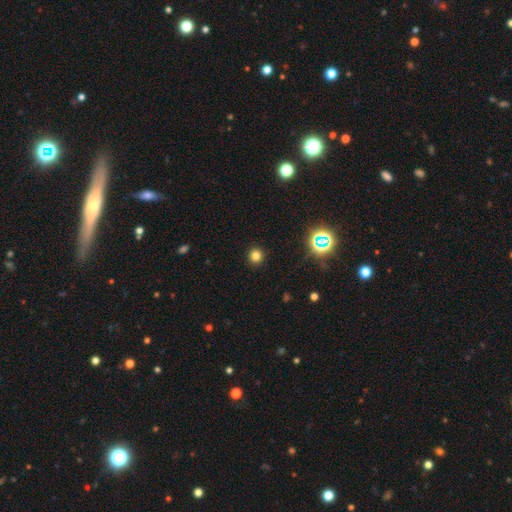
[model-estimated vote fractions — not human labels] Smooth or featured? smooth (78%)
How rounded? round (92%)
Merging? none (92%)